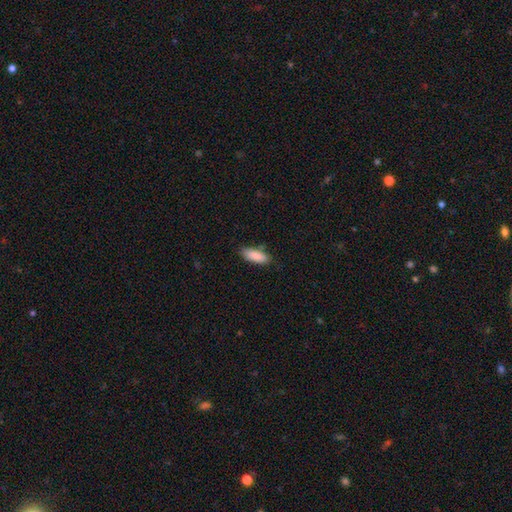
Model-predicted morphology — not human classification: Overall: smooth (87%). How rounded: in between (68%; cigar-shaped 31%). Merging: none (80%).